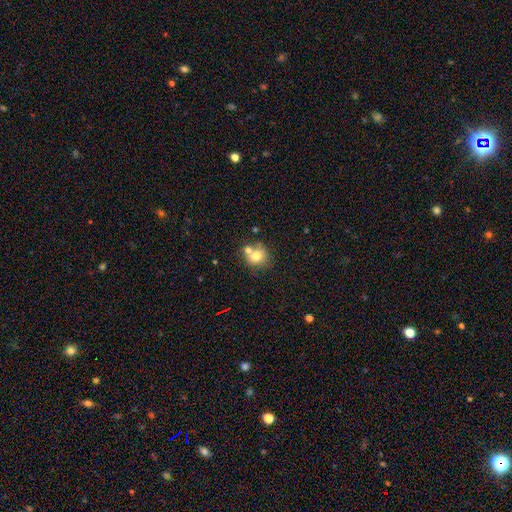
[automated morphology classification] smooth-or-featured: smooth: 73% | featured or disk: 16% | star or artifact: 11%
  how-rounded: round: 83% | in between: 16% | cigar-shaped: 1%
  merging: none: 51% | merger: 34% | minor disturbance: 11% | major disturbance: 4%